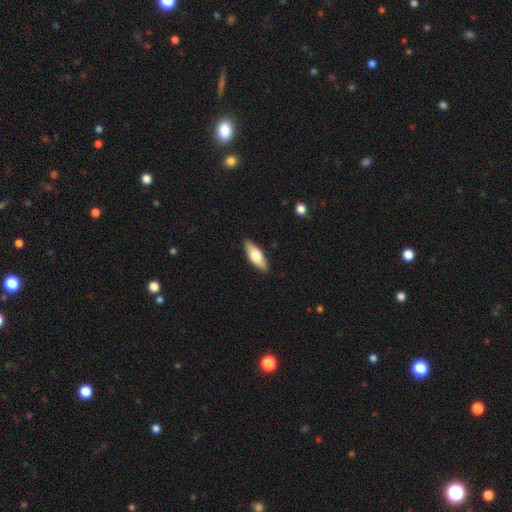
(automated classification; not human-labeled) Morphology: type=smooth (65%); roundness=in between (67%); merging=none (89%).